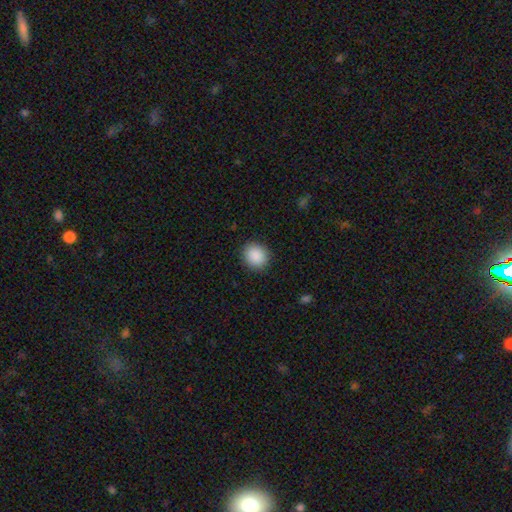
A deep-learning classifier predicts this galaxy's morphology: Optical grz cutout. It shows a smooth galaxy with no disk features (90%) that is round (77%). Merging: none (90%).